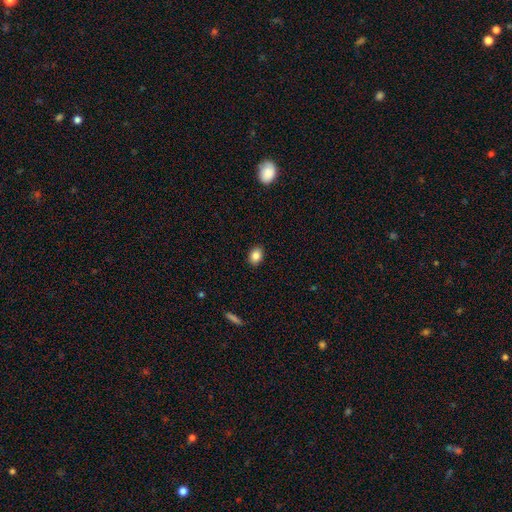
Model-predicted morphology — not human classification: smooth_or_featured: smooth (p=0.86) [alt: star or artifact p=0.09]
how_rounded: in between (p=0.71) [alt: round p=0.28]
merging: none (p=0.90) [alt: minor disturbance p=0.07]